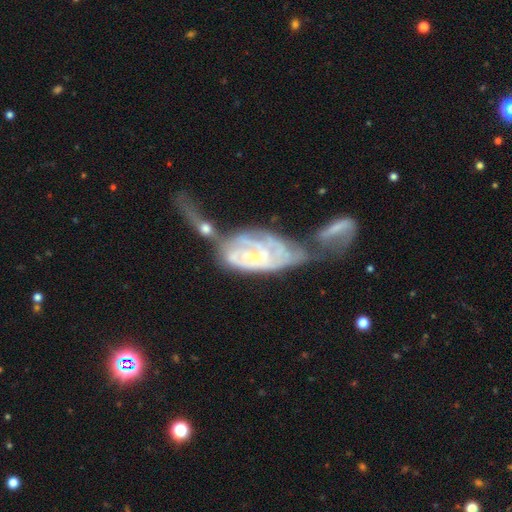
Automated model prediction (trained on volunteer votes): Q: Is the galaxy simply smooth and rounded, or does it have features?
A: featured or disk — 76%.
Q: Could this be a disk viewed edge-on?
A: no — 94%.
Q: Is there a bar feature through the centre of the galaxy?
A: no — 59%.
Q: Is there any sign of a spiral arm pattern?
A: yes — 84%.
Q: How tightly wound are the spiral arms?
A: tight — 62%.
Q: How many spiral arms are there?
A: can't tell — 49%.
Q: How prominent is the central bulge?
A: small — 46%.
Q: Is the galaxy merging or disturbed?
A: merger — 58%.